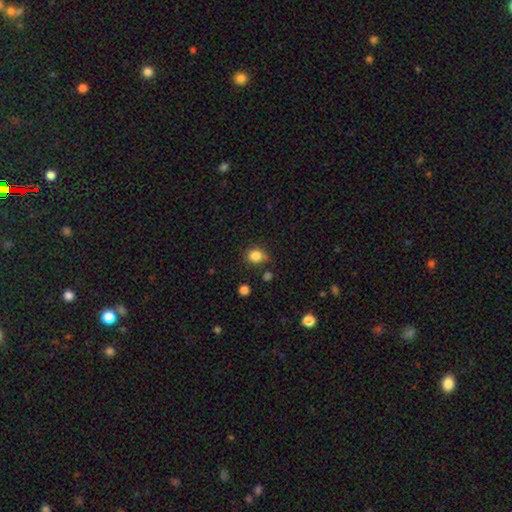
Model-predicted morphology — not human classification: This appears to be a smooth galaxy with no disk features (84%) that is round (69%). Merging: none (71%).